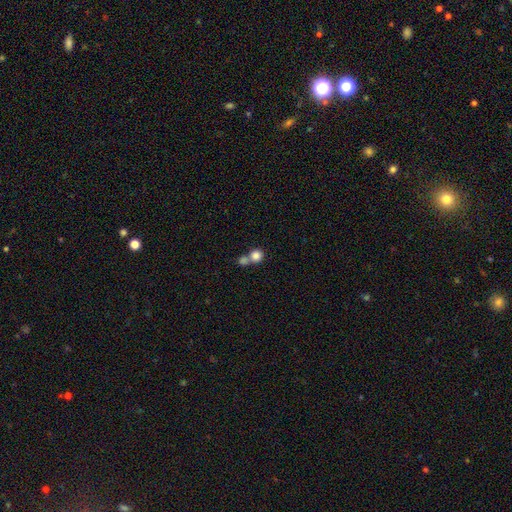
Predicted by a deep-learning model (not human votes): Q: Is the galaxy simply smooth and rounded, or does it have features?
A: smooth — 83%.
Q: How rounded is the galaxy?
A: round — 88%.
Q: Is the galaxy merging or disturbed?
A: merger — 50%.